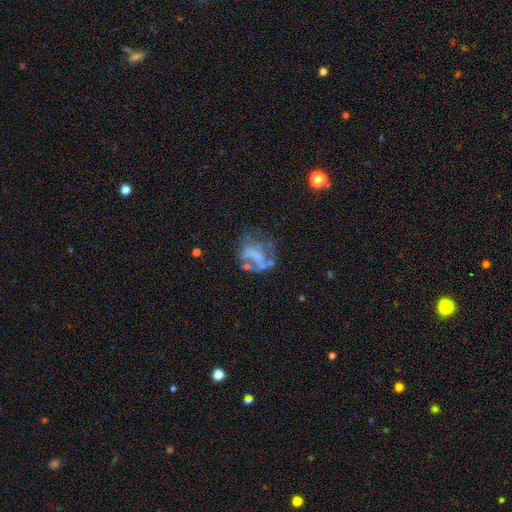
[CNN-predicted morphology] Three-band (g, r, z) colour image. It shows a featured or disk galaxy (59%) with no bar (83%), no spiral arms (87%) and no central bulge (74%). Merging: none (37%).